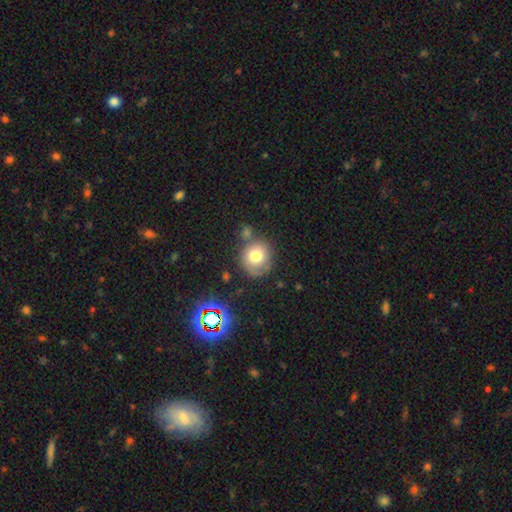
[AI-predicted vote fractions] Smooth or featured? smooth (73%)
How rounded? round (88%)
Merging? none (67%)